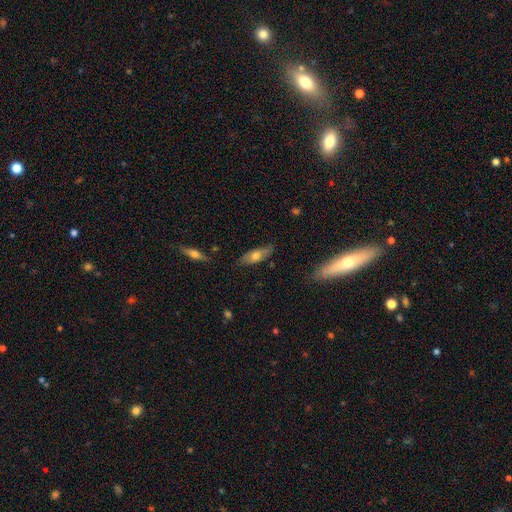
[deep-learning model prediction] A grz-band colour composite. It shows a smooth galaxy with no disk features (61%) that is in between round and cigar-shaped (60%). Merging: none (77%).